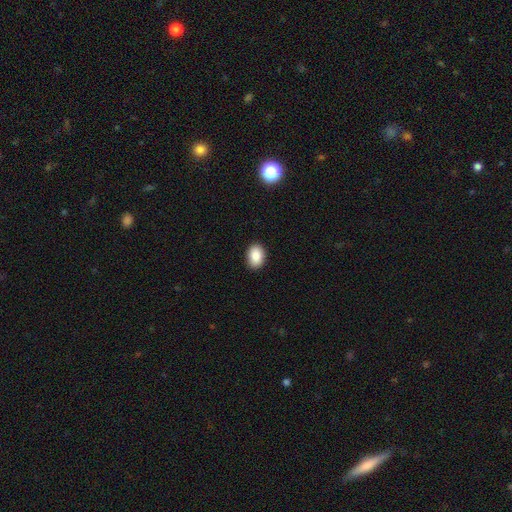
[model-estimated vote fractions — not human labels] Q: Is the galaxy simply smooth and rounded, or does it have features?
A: smooth — 87%.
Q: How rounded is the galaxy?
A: in between — 79%.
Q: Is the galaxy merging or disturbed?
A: none — 90%.